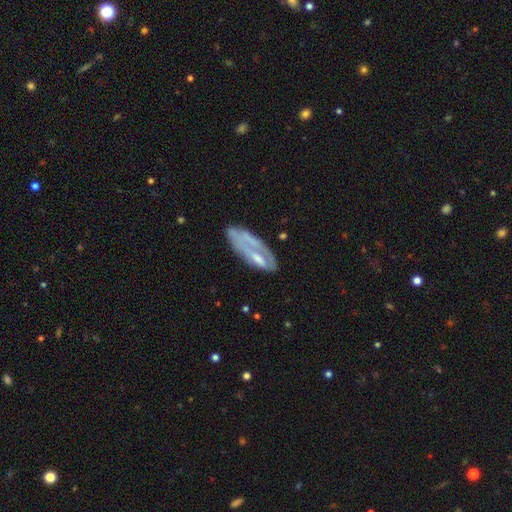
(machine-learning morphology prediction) This is possibly a featured or disk galaxy (50%). It is clearly not viewed edge-on (80%). Merging: marginally none (44%).